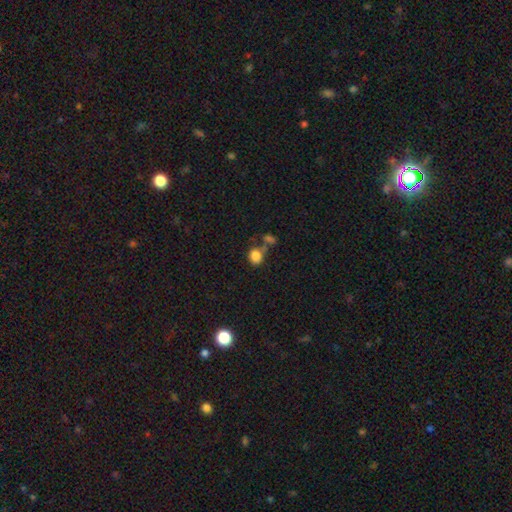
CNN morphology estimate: smooth-or-featured: smooth: 84% | star or artifact: 10% | featured or disk: 6%
  how-rounded: round: 59% | in between: 40% | cigar-shaped: 1%
  merging: none: 53% | merger: 27% | minor disturbance: 13% | major disturbance: 6%